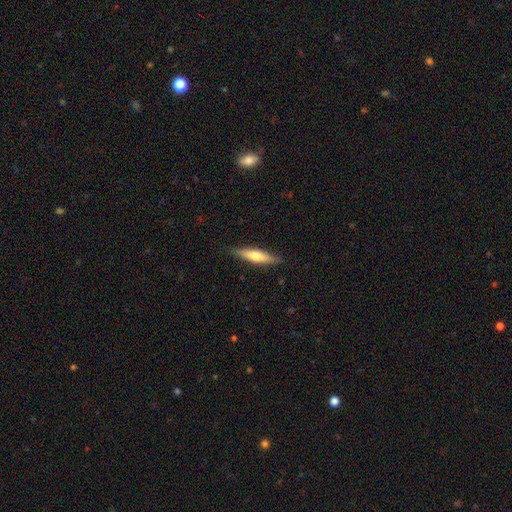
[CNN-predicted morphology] A smooth galaxy with no disk features (56%) that is cigar-shaped (81%).

Vote fractions:
- Smooth or featured? smooth: 56% / featured or disk: 38% / star or artifact: 6%
- How rounded? cigar-shaped: 81% / in between: 18% / round: 2%
- Merging? none: 86% / minor disturbance: 11% / major disturbance: 2% / merger: 1%